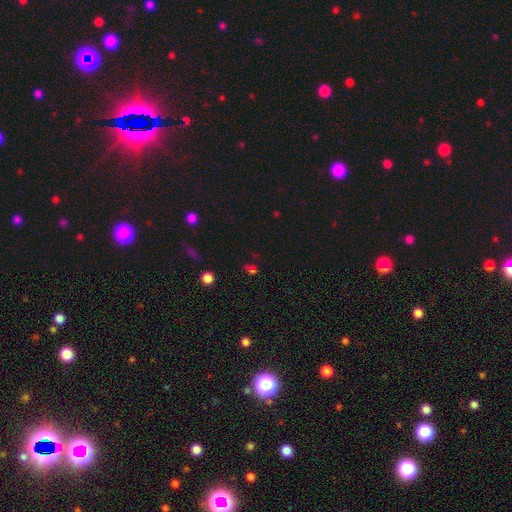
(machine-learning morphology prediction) This appears to be a star or artifact, not a galaxy (47%).